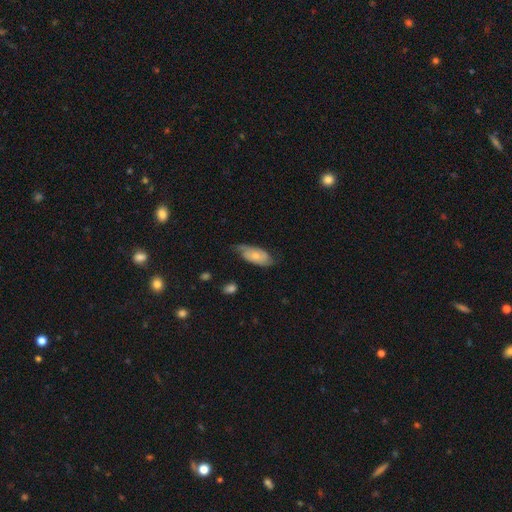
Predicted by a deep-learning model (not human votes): Morphology: type=smooth (51%); roundness=in between (87%); merging=none (52%).